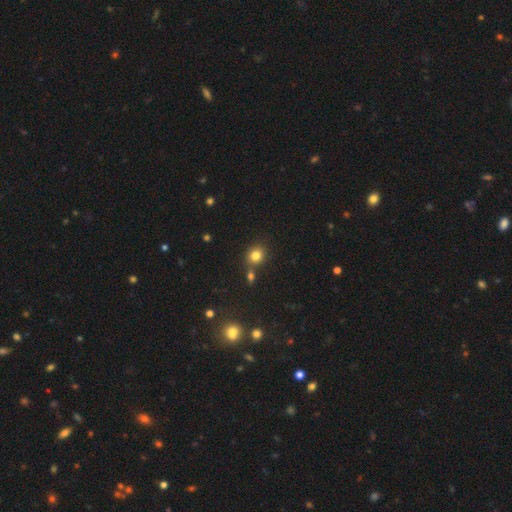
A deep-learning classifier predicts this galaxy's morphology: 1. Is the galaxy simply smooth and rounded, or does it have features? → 80% smooth, 13% star or artifact, 7% featured or disk.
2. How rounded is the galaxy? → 73% round, 26% in between, 1% cigar-shaped.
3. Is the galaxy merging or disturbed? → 68% none, 18% merger, 11% minor disturbance, 3% major disturbance.